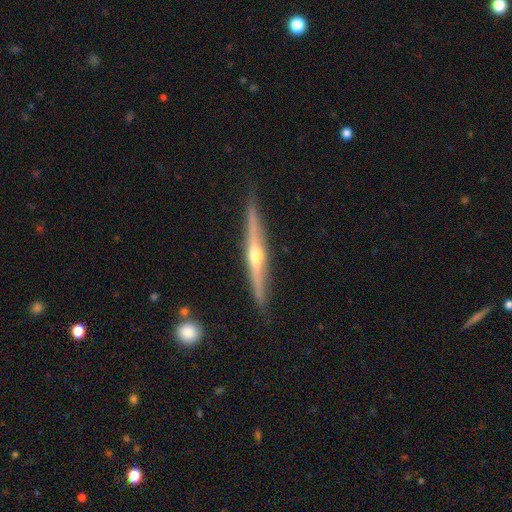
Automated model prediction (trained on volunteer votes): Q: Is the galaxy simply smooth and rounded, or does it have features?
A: featured or disk — 76%.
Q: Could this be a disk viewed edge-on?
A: yes — 97%.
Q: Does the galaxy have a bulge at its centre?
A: rounded — 87%.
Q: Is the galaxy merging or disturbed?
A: none — 87%.